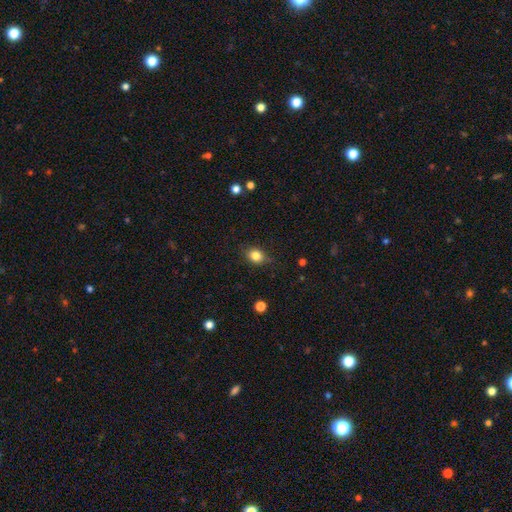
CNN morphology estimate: smooth-or-featured: smooth: 81% | star or artifact: 11% | featured or disk: 8%
  how-rounded: round: 50% | in between: 49% | cigar-shaped: 1%
  merging: none: 75% | minor disturbance: 19% | major disturbance: 4% | merger: 1%